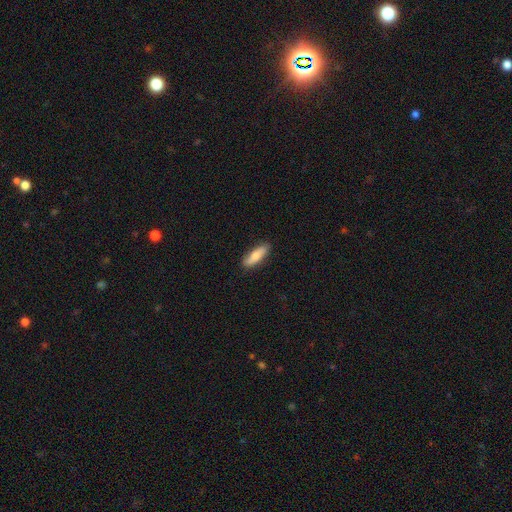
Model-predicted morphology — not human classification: Smooth or featured?
  - smooth: 74% *
  - featured or disk: 20%
  - star or artifact: 5%
How rounded?
  - cigar-shaped: 56% *
  - in between: 42%
  - round: 2%
Merging?
  - none: 87% *
  - minor disturbance: 10%
  - major disturbance: 2%
  - merger: 1%